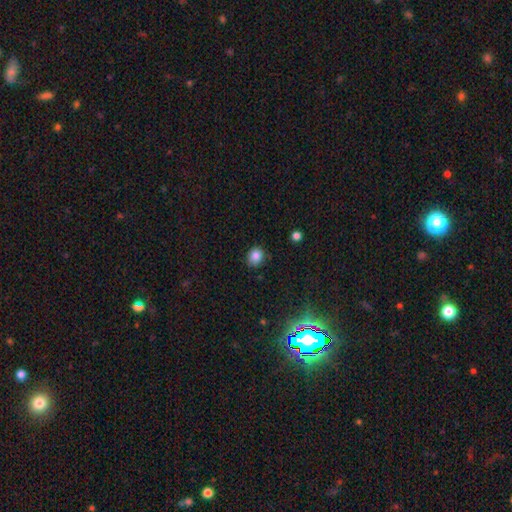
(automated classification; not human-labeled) smooth_or_featured: smooth (p=0.84) [alt: star or artifact p=0.12]
how_rounded: round (p=0.72) [alt: in between p=0.27]
merging: none (p=0.82) [alt: minor disturbance p=0.14]